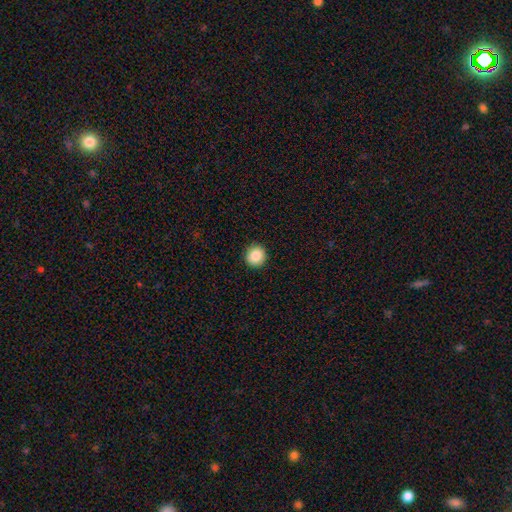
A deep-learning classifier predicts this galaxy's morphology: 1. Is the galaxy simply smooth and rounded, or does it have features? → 87% smooth, 8% star or artifact, 4% featured or disk.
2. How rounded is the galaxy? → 92% round, 7% in between, 1% cigar-shaped.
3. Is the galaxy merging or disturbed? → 91% none, 6% minor disturbance, 2% major disturbance, 1% merger.